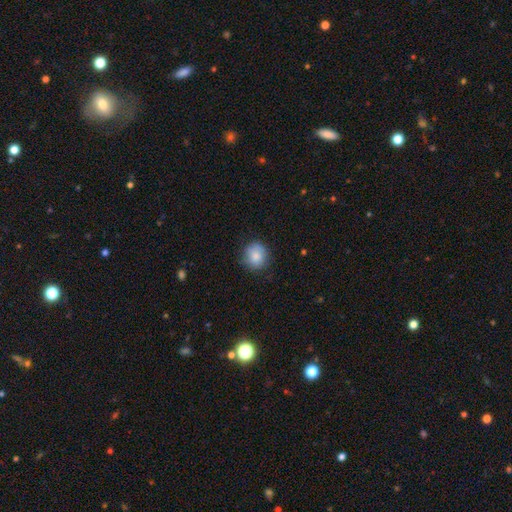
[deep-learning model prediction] This appears to be a smooth galaxy with no disk features (84%) that is round (83%). Merging: none (78%).